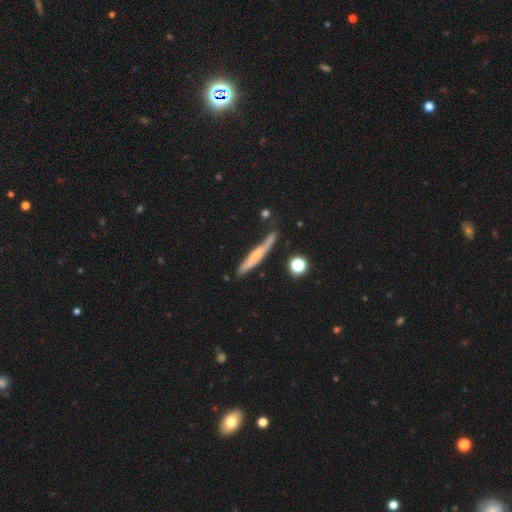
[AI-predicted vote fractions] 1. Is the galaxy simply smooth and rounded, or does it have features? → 49% smooth, 43% featured or disk, 8% star or artifact.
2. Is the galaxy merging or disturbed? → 63% none, 24% minor disturbance, 7% major disturbance, 6% merger.